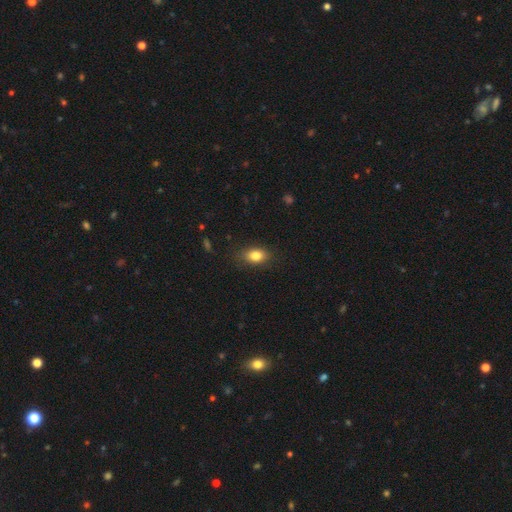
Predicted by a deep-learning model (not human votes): A smooth galaxy with no disk features (83%) that is in between round and cigar-shaped (81%). Merging: none (82%).